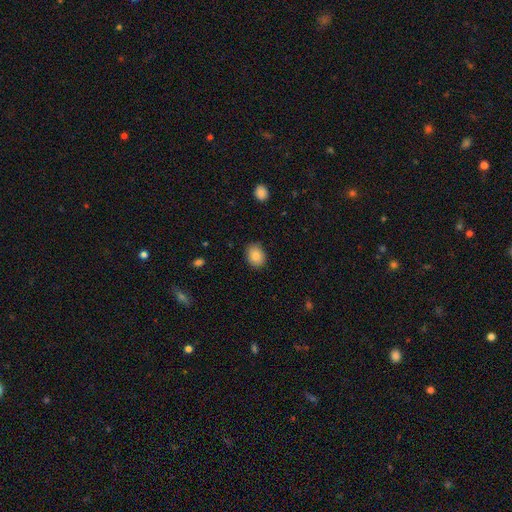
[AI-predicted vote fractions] A smooth galaxy with no disk features (87%) that is in between round and cigar-shaped (55%).

Vote fractions:
- Smooth or featured? smooth: 87% / star or artifact: 8% / featured or disk: 5%
- How rounded? in between: 55% / round: 44% / cigar-shaped: 1%
- Merging? none: 86% / minor disturbance: 10% / major disturbance: 3% / merger: 1%